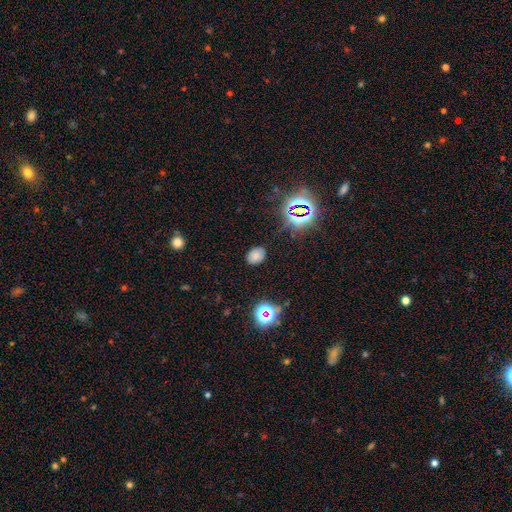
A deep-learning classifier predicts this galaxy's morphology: Smooth or featured?
  - smooth: 69% *
  - star or artifact: 23%
  - featured or disk: 7%
How rounded?
  - in between: 66% *
  - round: 33%
  - cigar-shaped: 1%
Merging?
  - none: 83% *
  - minor disturbance: 12%
  - major disturbance: 3%
  - merger: 2%